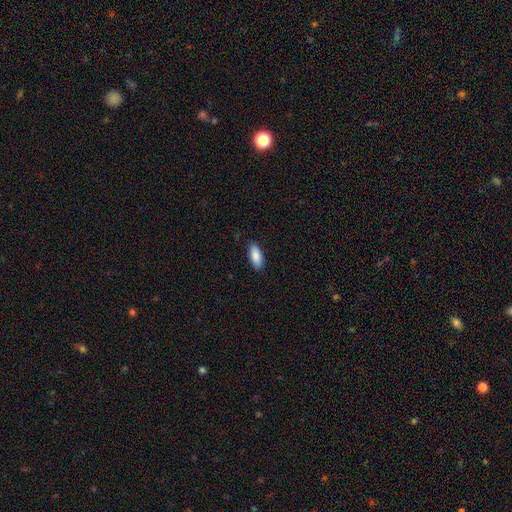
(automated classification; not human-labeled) smooth-or-featured: smooth: 88% | star or artifact: 6% | featured or disk: 6%
  how-rounded: in between: 84% | cigar-shaped: 15% | round: 2%
  merging: none: 88% | minor disturbance: 9% | major disturbance: 2% | merger: 1%